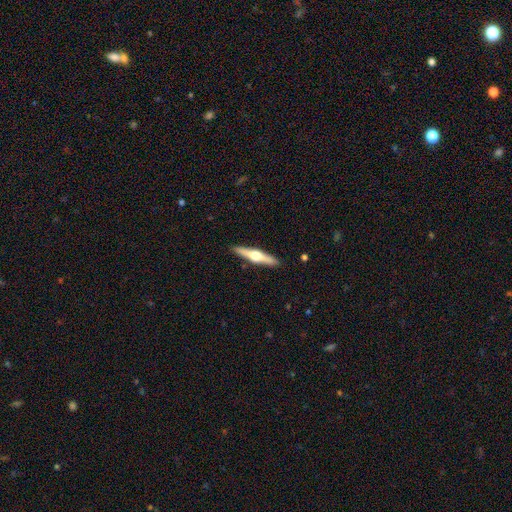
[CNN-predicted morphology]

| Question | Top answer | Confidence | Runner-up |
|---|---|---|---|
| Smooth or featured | featured or disk | 66% | smooth (29%) |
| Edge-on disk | yes | 97% | no (3%) |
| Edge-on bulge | rounded | 94% | boxy (4%) |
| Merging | none | 90% | minor disturbance (7%) |